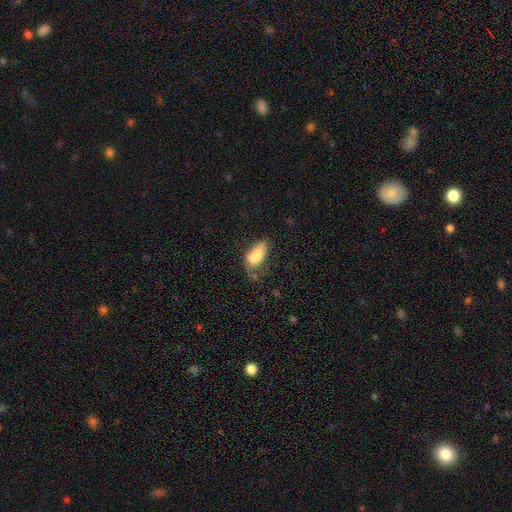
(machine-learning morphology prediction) This appears to be a smooth galaxy with no disk features (73%) that is in between round and cigar-shaped (88%). Merging: none (32%).